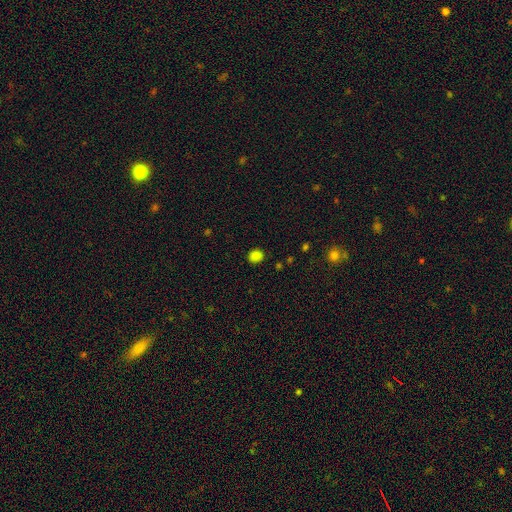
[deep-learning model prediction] Q: Smooth or featured?
A: smooth (83%); runner-up: star or artifact (14%)
Q: How rounded?
A: round (67%); runner-up: in between (33%)
Q: Merging?
A: none (87%); runner-up: minor disturbance (9%)